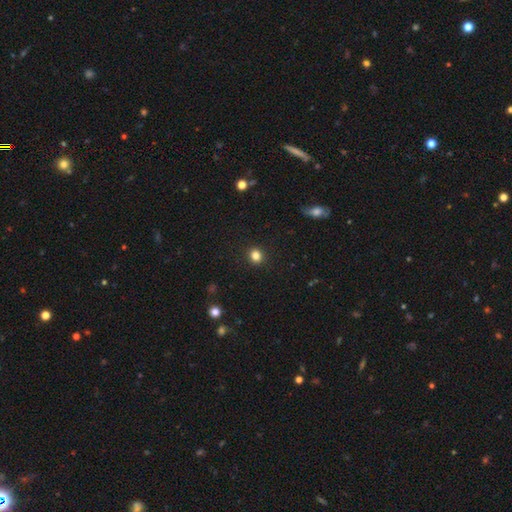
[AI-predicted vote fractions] smooth-or-featured: smooth: 84% | star or artifact: 12% | featured or disk: 4%
  how-rounded: round: 82% | in between: 17% | cigar-shaped: 1%
  merging: none: 91% | minor disturbance: 6% | major disturbance: 2% | merger: 1%